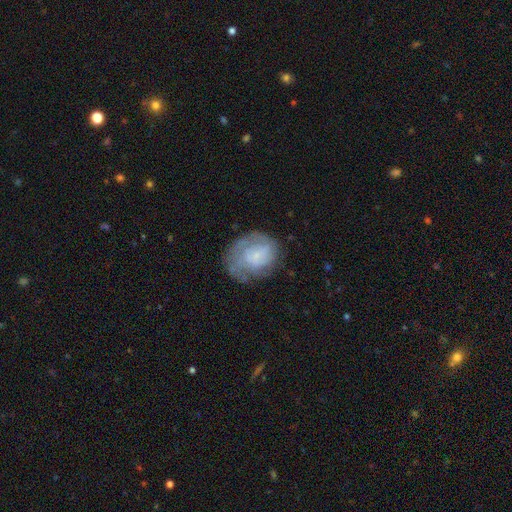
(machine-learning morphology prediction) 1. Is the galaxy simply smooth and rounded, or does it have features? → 53% featured or disk, 37% smooth, 10% star or artifact.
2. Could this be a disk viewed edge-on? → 97% no, 3% yes.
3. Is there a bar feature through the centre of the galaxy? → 73% no, 22% weak, 4% strong.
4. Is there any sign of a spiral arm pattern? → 73% yes, 27% no.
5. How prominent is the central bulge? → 50% small, 29% none, 15% moderate, 4% large, 2% dominant.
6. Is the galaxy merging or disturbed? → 60% none, 23% minor disturbance, 16% major disturbance, 2% merger.